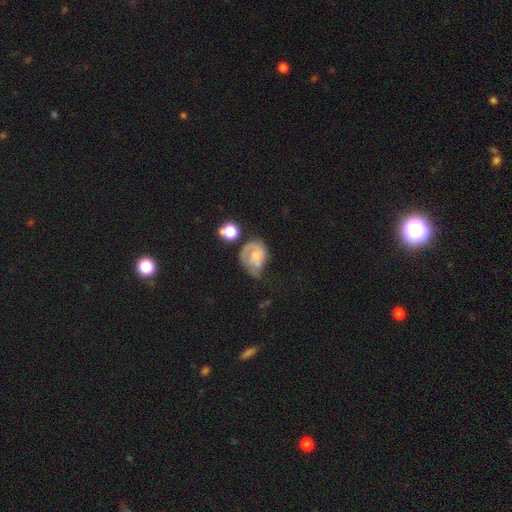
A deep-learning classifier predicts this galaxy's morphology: featured or disk 54%, smooth 37%, star or artifact 9%. Down the decision tree: edge-on disk — no (97%); bar — no (73%); spiral arms — yes (69%); bulge size — moderate (43%); merging — minor disturbance (31%).